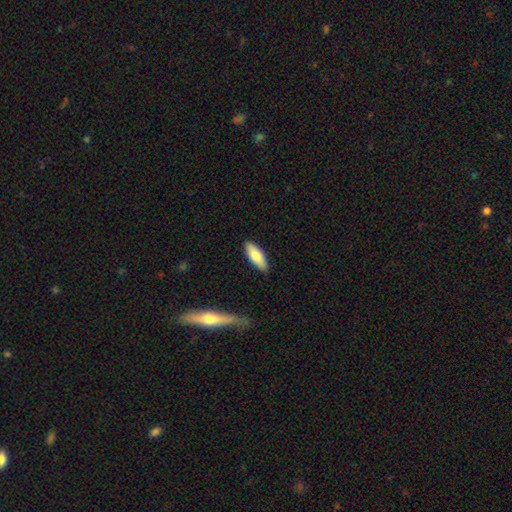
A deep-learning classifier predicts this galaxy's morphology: smooth-or-featured: smooth: 78% | featured or disk: 16% | star or artifact: 6%
  how-rounded: in between: 72% | cigar-shaped: 26% | round: 2%
  merging: none: 87% | minor disturbance: 9% | major disturbance: 2% | merger: 1%